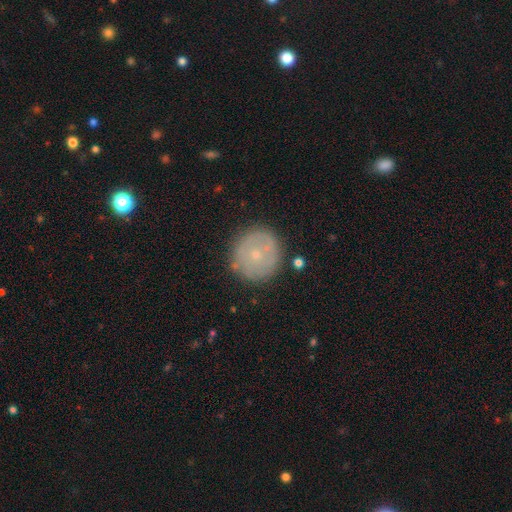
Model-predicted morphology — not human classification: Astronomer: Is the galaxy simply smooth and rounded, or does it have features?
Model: smooth — 50% (runner-up: featured or disk, 42%).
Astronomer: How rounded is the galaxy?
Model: round — 92%.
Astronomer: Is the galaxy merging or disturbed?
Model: none — 84%.